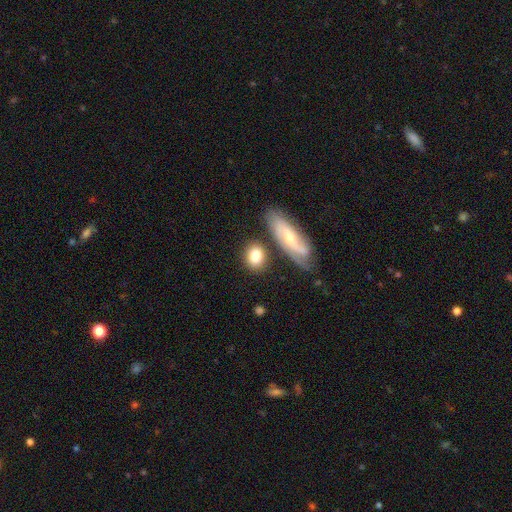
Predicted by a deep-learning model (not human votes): This is likely a smooth galaxy (78%). How rounded: possibly in between (51%). Merging: likely none (68%).